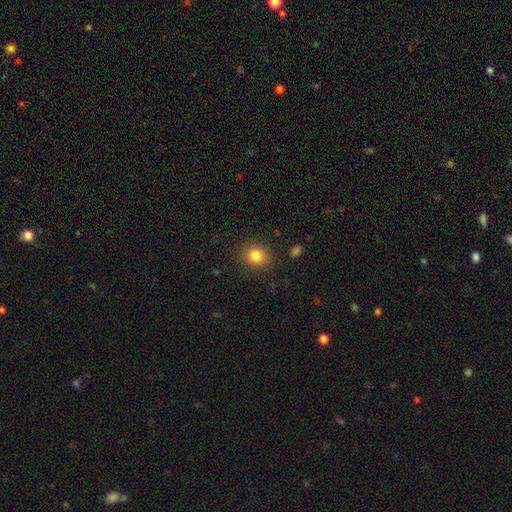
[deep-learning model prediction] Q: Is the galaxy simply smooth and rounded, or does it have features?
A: smooth — 83%.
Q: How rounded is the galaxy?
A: round — 79%.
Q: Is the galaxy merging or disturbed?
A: none — 88%.